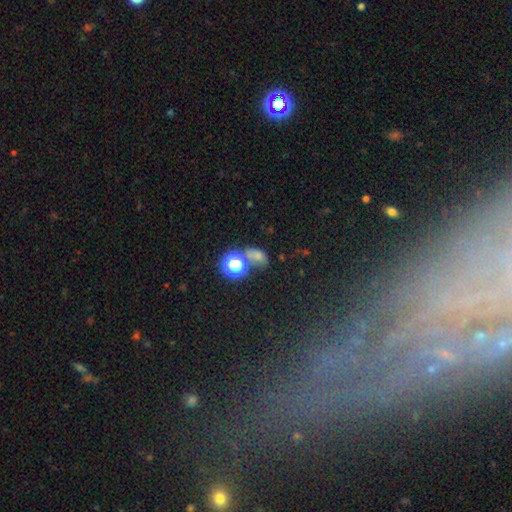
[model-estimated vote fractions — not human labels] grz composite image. It shows a smooth galaxy with no disk features (59%) that is in between round and cigar-shaped (59%). Merging: none (51%).